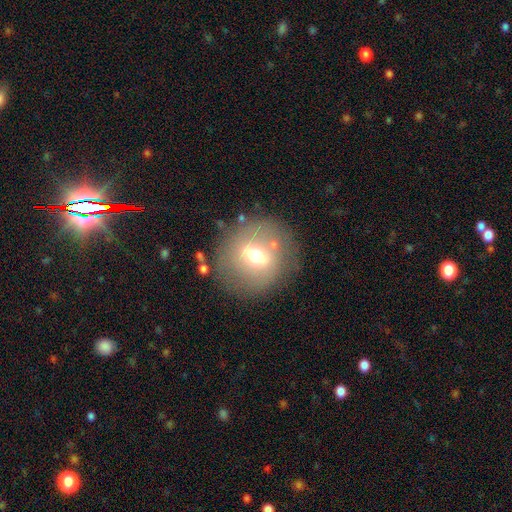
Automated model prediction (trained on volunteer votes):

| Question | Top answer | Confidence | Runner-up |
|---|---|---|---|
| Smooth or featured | smooth | 49% | featured or disk (40%) |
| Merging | none | 76% | minor disturbance (13%) |